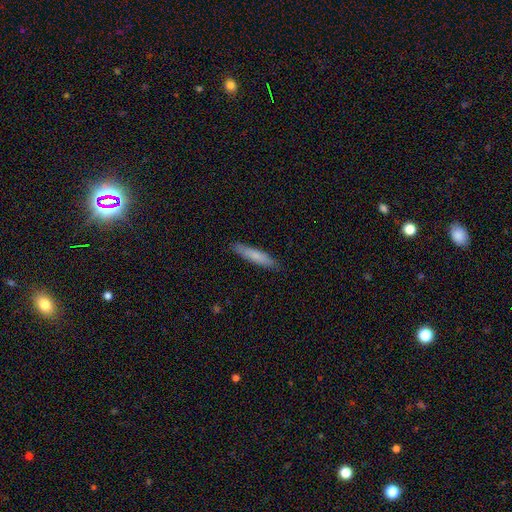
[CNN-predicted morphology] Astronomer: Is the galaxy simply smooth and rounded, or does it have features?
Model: smooth — 75%.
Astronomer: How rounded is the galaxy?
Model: cigar-shaped — 88%.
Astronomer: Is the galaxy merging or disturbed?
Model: none — 87%.